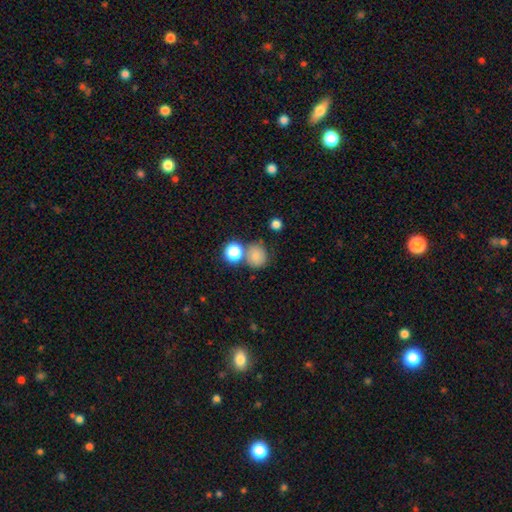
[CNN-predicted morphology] Smooth or featured? smooth (77%)
How rounded? round (81%)
Merging? none (58%)